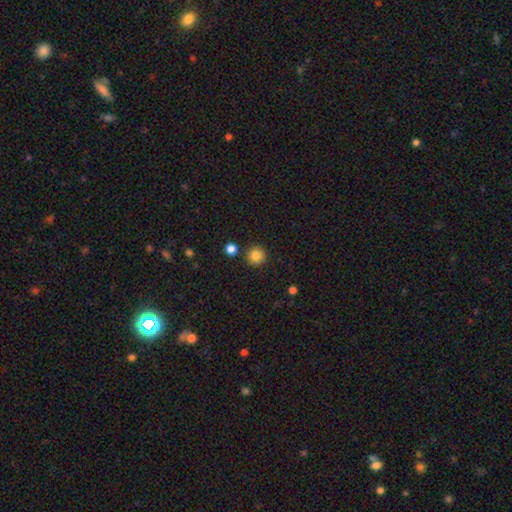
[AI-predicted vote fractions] This is clearly a smooth galaxy (85%). How rounded: clearly round (95%). Merging: clearly none (89%).